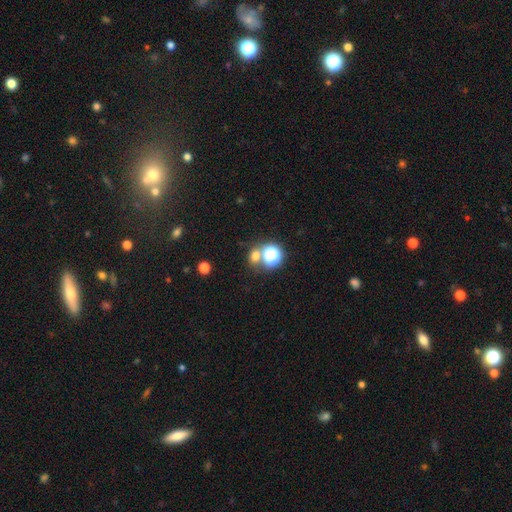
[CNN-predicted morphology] Smooth or featured: smooth — 63% (star or artifact — 28%)
How rounded: round — 74% (in between — 25%)
Merging: none — 64% (merger — 23%)